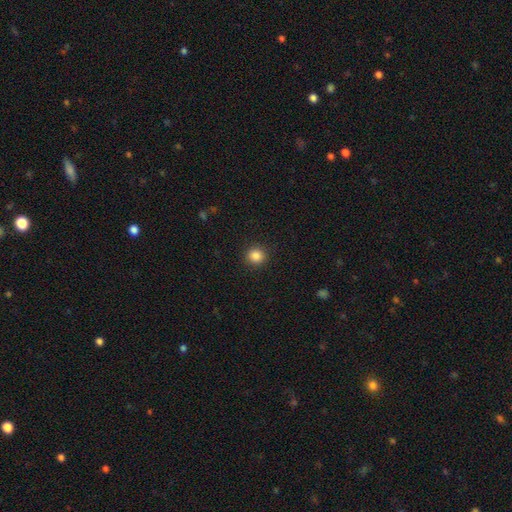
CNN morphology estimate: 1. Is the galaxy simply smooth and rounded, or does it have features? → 86% smooth, 11% star or artifact, 3% featured or disk.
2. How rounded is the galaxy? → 91% round, 8% in between, 1% cigar-shaped.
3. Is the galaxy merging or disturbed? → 92% none, 5% minor disturbance, 2% major disturbance, 1% merger.